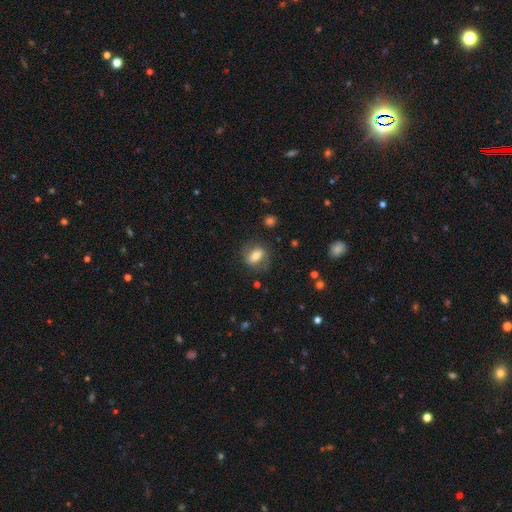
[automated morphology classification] Smooth or featured?
  - smooth: 58% *
  - featured or disk: 34%
  - star or artifact: 9%
How rounded?
  - in between: 69% *
  - round: 25%
  - cigar-shaped: 6%
Merging?
  - none: 71% *
  - minor disturbance: 17%
  - major disturbance: 10%
  - merger: 2%